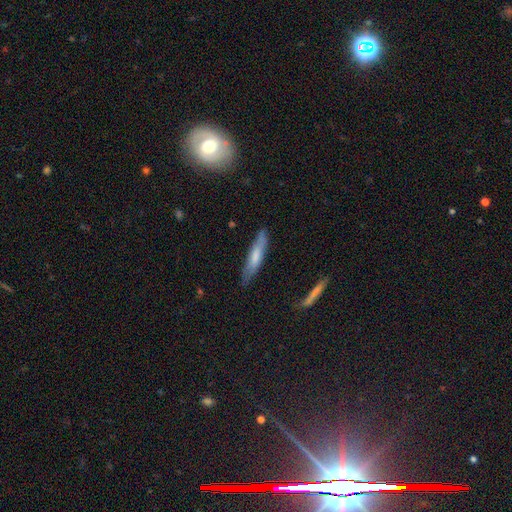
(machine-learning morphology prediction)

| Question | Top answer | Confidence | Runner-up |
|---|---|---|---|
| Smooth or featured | smooth | 59% | featured or disk (35%) |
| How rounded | cigar-shaped | 84% | in between (15%) |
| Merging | none | 76% | minor disturbance (18%) |